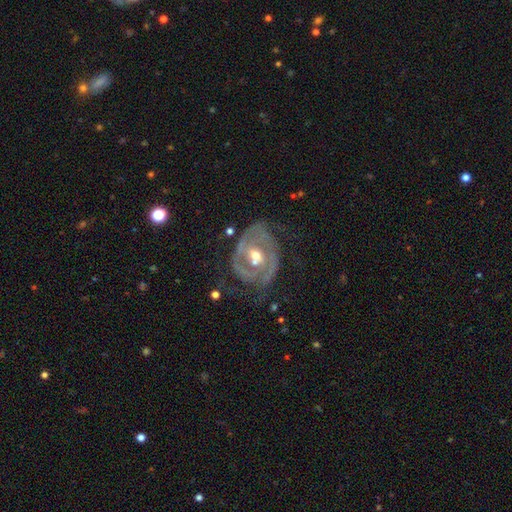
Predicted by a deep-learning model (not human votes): This is clearly a featured or disk galaxy (82%). It is clearly not viewed edge-on (97%). Bar: possibly no (58%). Spiral arm pattern: likely yes (77%). Spiral arm count: possibly 2 (45%). Spiral winding: possibly tight (57%). Central bulge: likely moderate (65%). Merging: possibly none (51%).